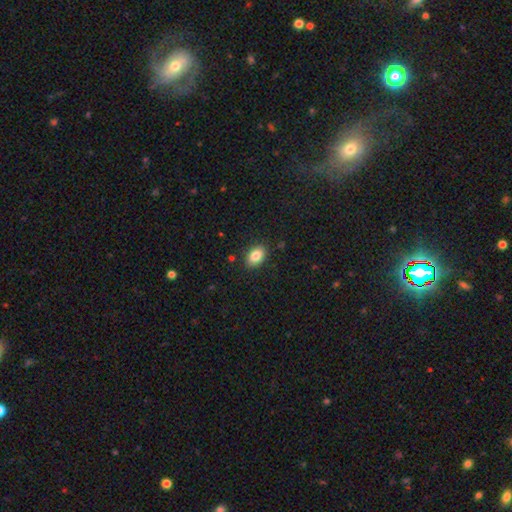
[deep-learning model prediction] smooth 85%, star or artifact 8%, featured or disk 7%. Down the decision tree: how rounded — in between (86%); merging — none (88%).